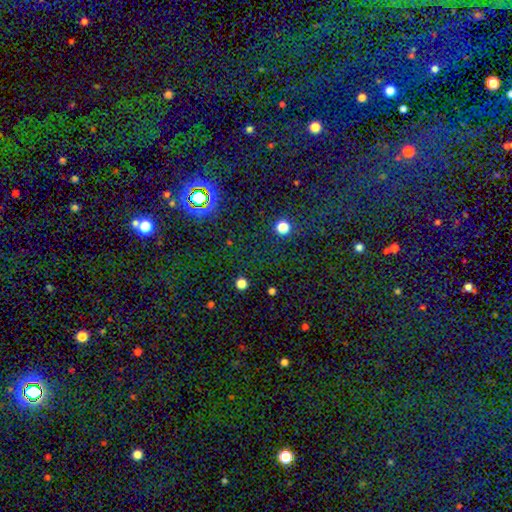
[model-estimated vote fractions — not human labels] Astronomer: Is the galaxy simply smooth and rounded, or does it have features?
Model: star or artifact — 73%.